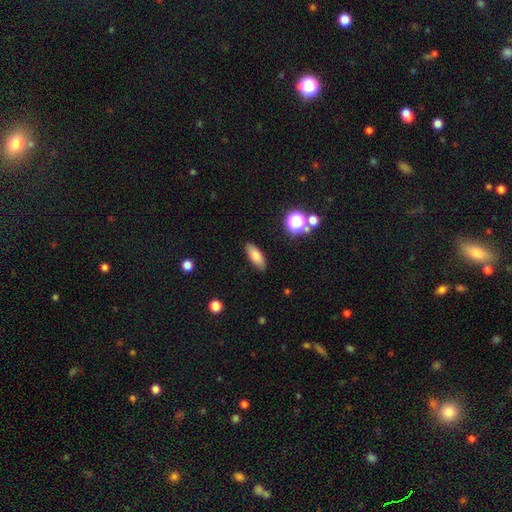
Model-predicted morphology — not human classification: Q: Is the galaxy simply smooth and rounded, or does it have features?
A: smooth — 81%.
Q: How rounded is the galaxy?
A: in between — 74%.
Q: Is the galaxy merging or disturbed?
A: none — 86%.